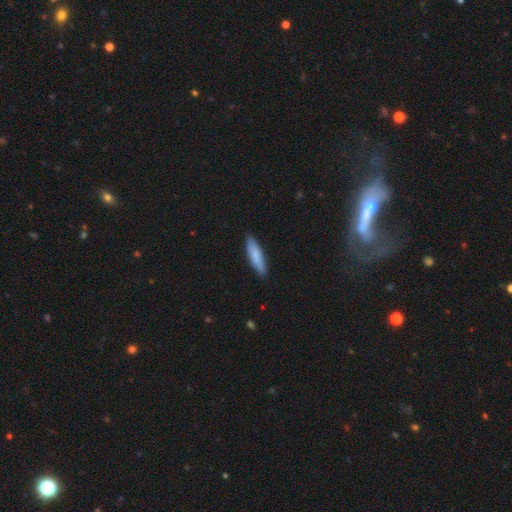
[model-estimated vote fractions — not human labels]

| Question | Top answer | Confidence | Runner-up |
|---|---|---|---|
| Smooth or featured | smooth | 79% | featured or disk (16%) |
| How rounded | cigar-shaped | 76% | in between (23%) |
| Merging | none | 86% | minor disturbance (11%) |